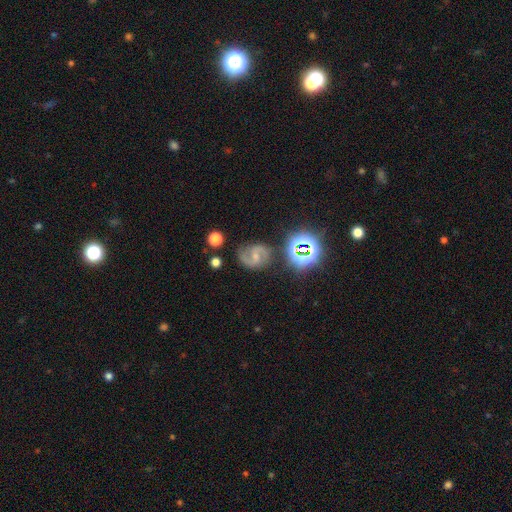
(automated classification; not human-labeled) Q: Smooth or featured?
A: featured or disk (75%); runner-up: smooth (12%)
Q: Edge-on disk?
A: no (98%); runner-up: yes (2%)
Q: Bar?
A: weak (50%); runner-up: no (28%)
Q: Spiral arms?
A: yes (95%); runner-up: no (5%)
Q: Spiral winding?
A: medium (55%); runner-up: tight (24%)
Q: Spiral arm count?
A: 2 (90%); runner-up: can't tell (4%)
Q: Bulge size?
A: small (52%); runner-up: moderate (35%)
Q: Merging?
A: none (77%); runner-up: minor disturbance (15%)